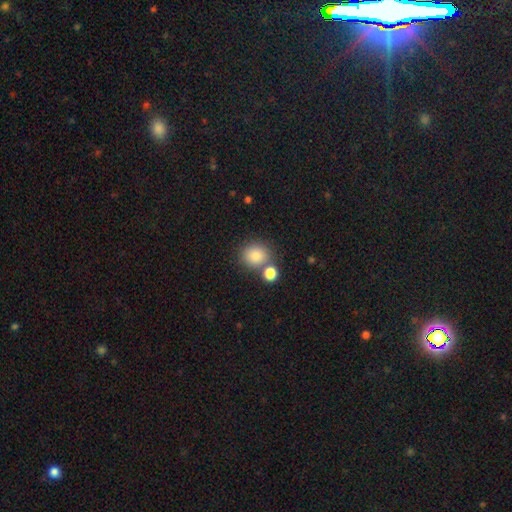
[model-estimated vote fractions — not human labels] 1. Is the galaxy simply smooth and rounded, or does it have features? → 83% smooth, 11% star or artifact, 6% featured or disk.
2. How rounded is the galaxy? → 82% round, 17% in between, 1% cigar-shaped.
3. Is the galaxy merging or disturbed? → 68% none, 20% merger, 9% minor disturbance, 3% major disturbance.